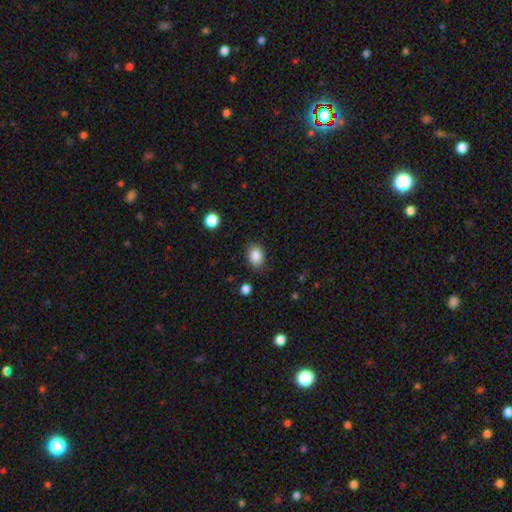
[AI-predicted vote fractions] A smooth galaxy with no disk features (87%) that is in between round and cigar-shaped (70%). Merging: none (83%).